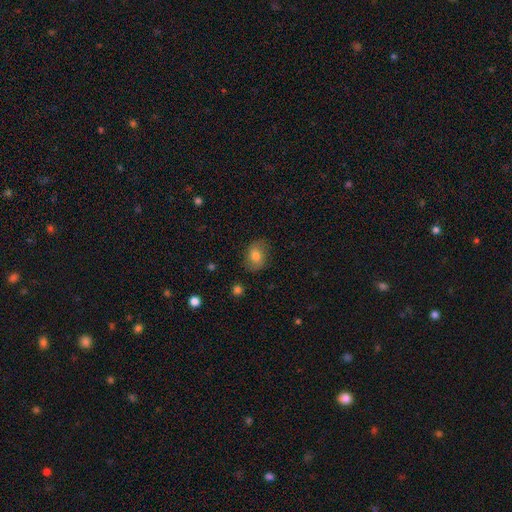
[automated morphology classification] smooth_or_featured: smooth (p=0.72) [alt: featured or disk p=0.20]
how_rounded: in between (p=0.64) [alt: round p=0.35]
merging: none (p=0.76) [alt: minor disturbance p=0.17]